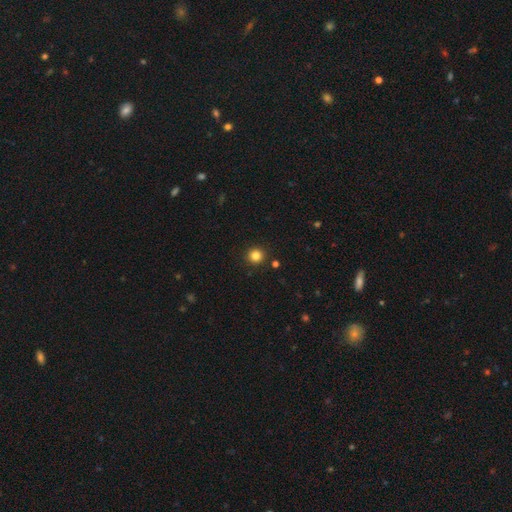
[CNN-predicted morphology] Smooth or featured? smooth (83%)
How rounded? round (94%)
Merging? none (92%)